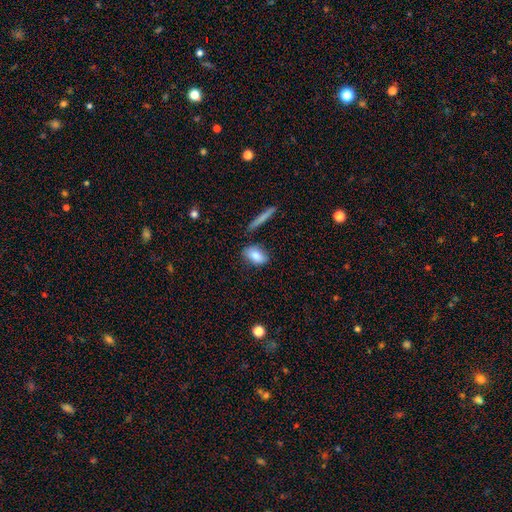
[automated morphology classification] The model was most divided on "merging": none: 72%, minor disturbance: 18%, merger: 6%, major disturbance: 5%. More confident: how rounded — in between (83%); smooth or featured — smooth (82%).